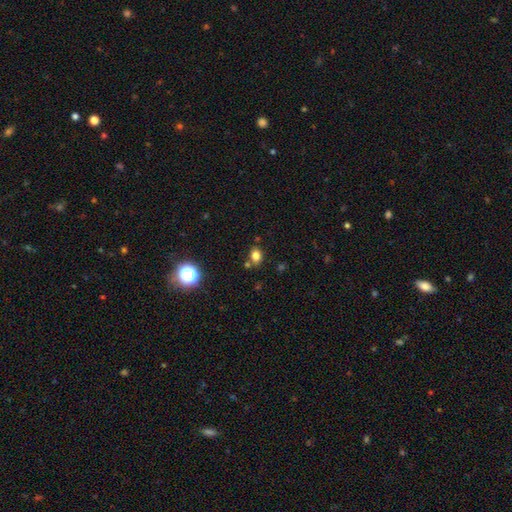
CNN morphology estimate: Smooth or featured? Predicted: smooth (p=0.78). How rounded? Predicted: in between (p=0.54). Merging? Predicted: none (p=0.75).